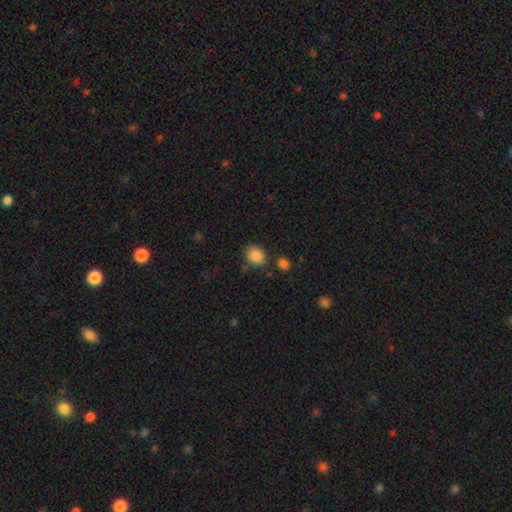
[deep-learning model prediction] Smooth or featured? Predicted: smooth (p=0.87). How rounded? Predicted: round (p=0.54). Merging? Predicted: none (p=0.75).